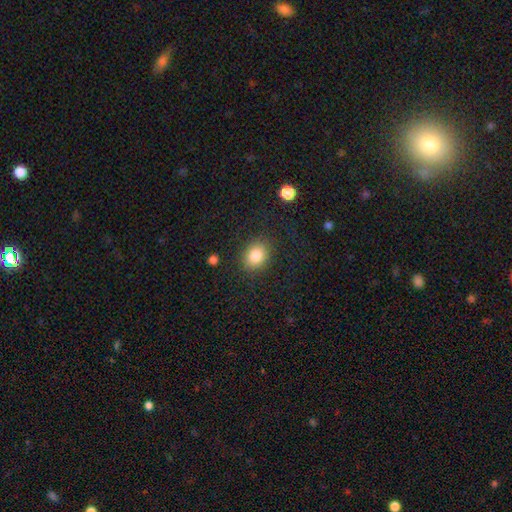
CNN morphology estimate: Overall: smooth (84%). How rounded: in between (53%; round 46%). Merging: none (83%).